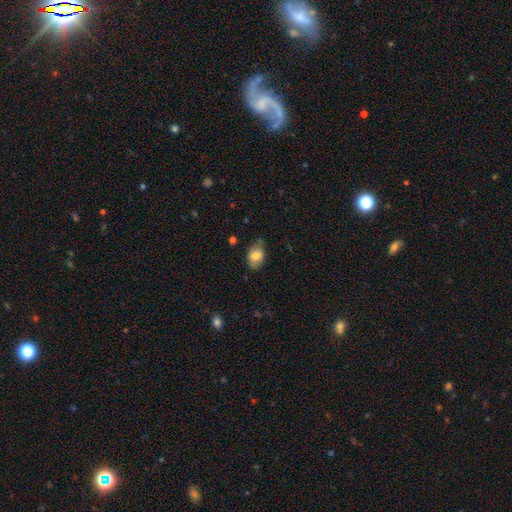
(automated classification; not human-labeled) smooth 78%, featured or disk 14%, star or artifact 8%. Down the decision tree: how rounded — in between (81%); merging — none (65%).